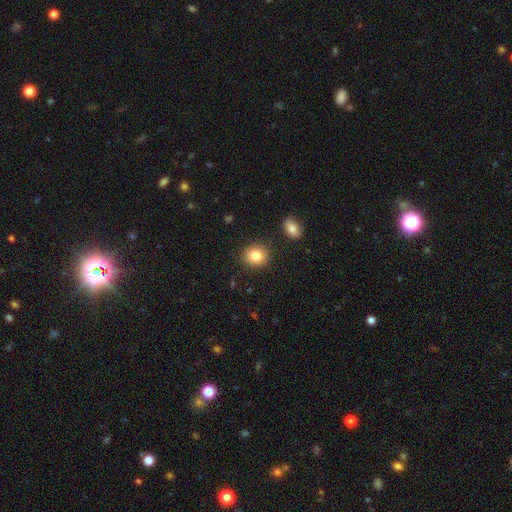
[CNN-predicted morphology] Smooth or featured: smooth — 83% (star or artifact — 10%)
How rounded: round — 77% (in between — 22%)
Merging: none — 87% (minor disturbance — 7%)